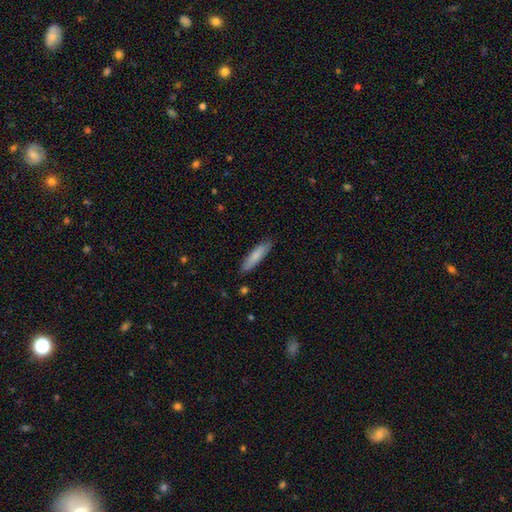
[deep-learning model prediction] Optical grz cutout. It shows a smooth galaxy with no disk features (80%) that is cigar-shaped (78%). Merging: none (86%).